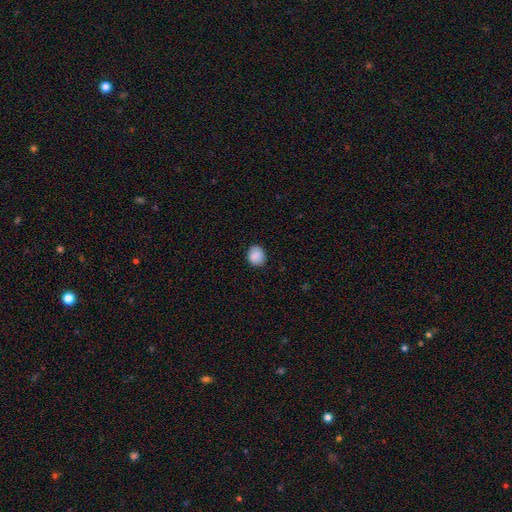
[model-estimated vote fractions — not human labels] A smooth galaxy with no disk features (89%) that is round (70%).

Vote fractions:
- Smooth or featured? smooth: 89% / star or artifact: 8% / featured or disk: 3%
- How rounded? round: 70% / in between: 29% / cigar-shaped: 1%
- Merging? none: 86% / minor disturbance: 10% / major disturbance: 2% / merger: 1%